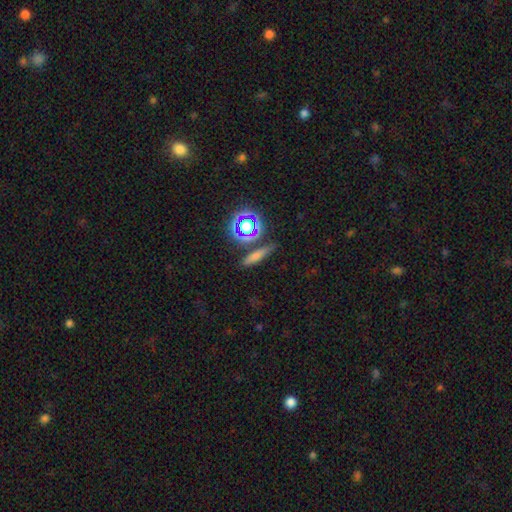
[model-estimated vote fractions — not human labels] A smooth galaxy with no disk features (61%) that is cigar-shaped (69%). Merging: none (80%).